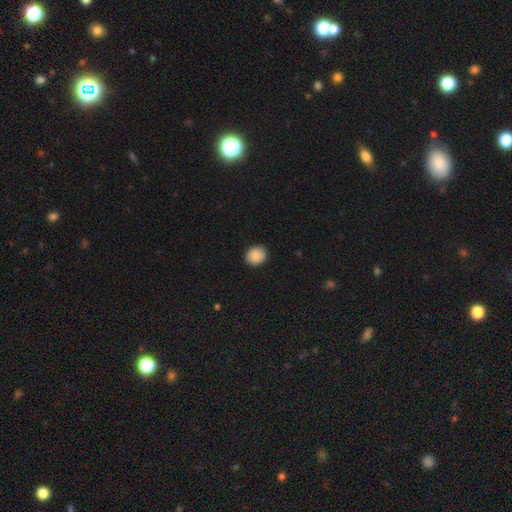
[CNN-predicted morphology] Overall: smooth (87%). How rounded: round (75%). Merging: none (91%).